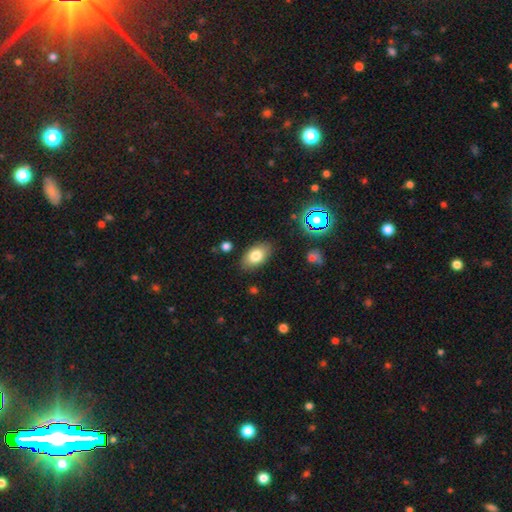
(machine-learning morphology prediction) A smooth galaxy with no disk features (79%) that is in between round and cigar-shaped (91%). Merging: none (84%).